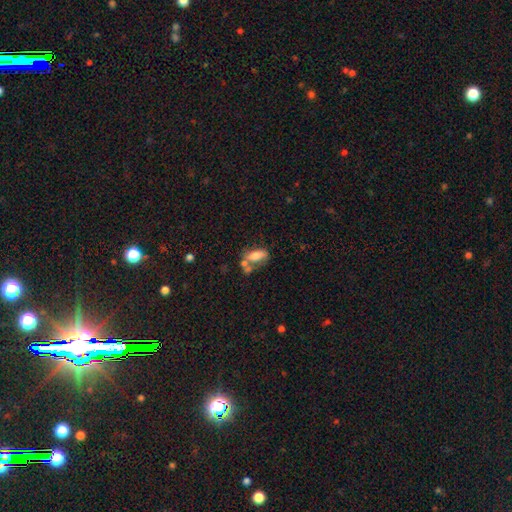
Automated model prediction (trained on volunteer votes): Overall: smooth (68%). How rounded: in between (83%). Merging: merger (35%, tied with none).